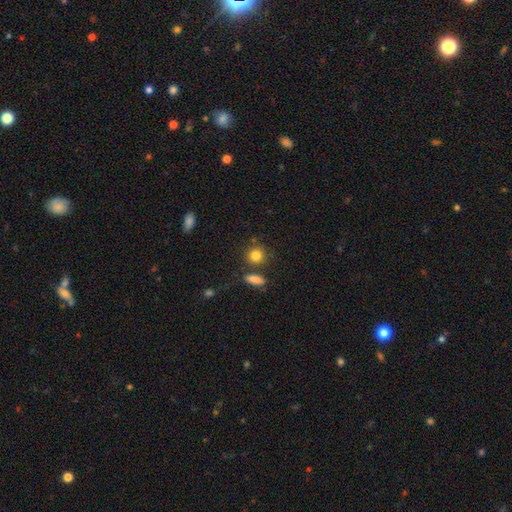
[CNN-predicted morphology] This is clearly a smooth galaxy (84%). How rounded: clearly round (82%). Merging: likely none (73%).